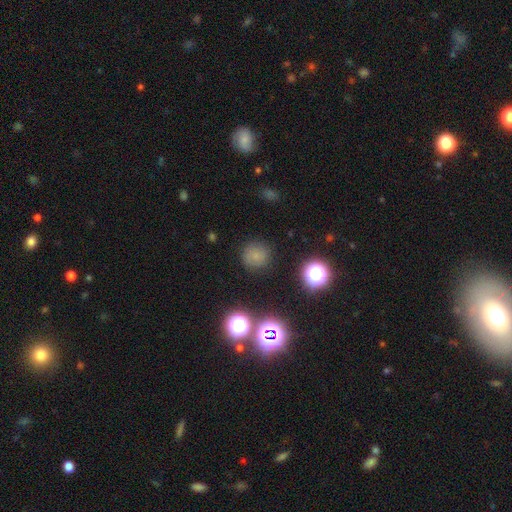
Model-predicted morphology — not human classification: The model was most divided on "smooth or featured": smooth: 72%, star or artifact: 20%, featured or disk: 8%. More confident: how rounded — round (92%); merging — none (85%).